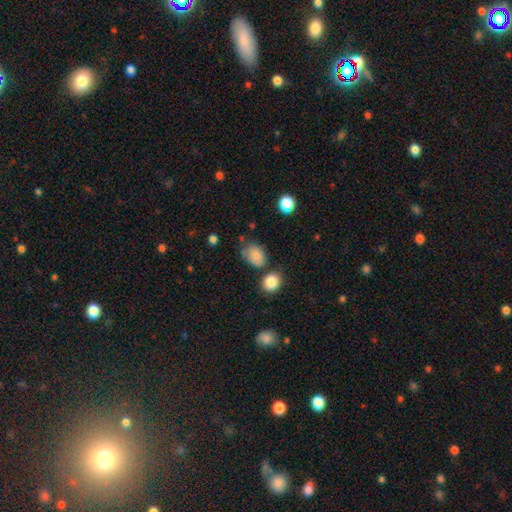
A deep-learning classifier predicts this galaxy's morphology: Overall: smooth (82%). How rounded: in between (73%). Merging: none (51%; minor disturbance 30%).